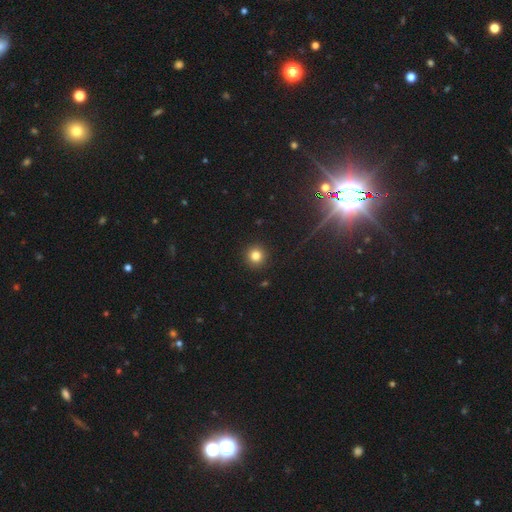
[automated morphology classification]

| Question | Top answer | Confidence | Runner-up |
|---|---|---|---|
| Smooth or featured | smooth | 80% | star or artifact (13%) |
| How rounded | round | 95% | in between (4%) |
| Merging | none | 92% | minor disturbance (5%) |